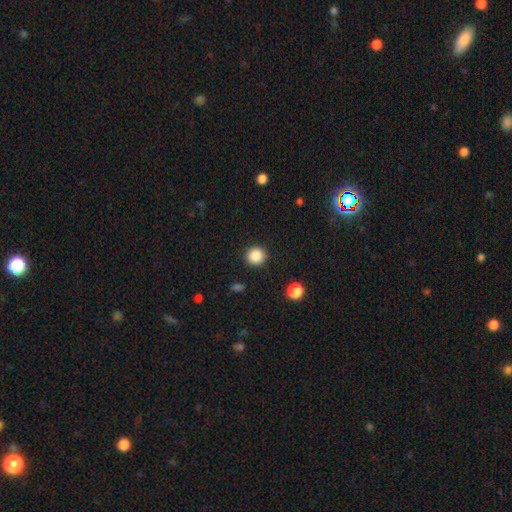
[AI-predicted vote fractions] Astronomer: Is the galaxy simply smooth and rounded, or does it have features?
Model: smooth — 86%.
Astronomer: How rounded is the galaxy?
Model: round — 93%.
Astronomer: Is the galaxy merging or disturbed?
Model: none — 90%.